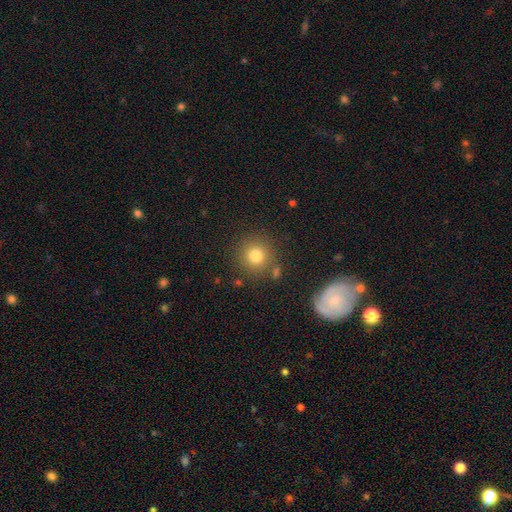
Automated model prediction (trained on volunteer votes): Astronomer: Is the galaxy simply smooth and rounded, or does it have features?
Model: smooth — 79%.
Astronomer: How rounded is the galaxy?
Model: round — 93%.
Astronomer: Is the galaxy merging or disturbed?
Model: none — 82%.